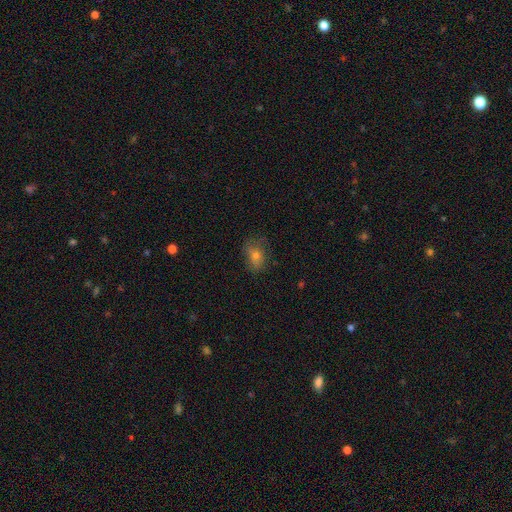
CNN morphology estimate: Overall: smooth (63%). How rounded: in between (69%). Merging: none (63%; minor disturbance 25%).